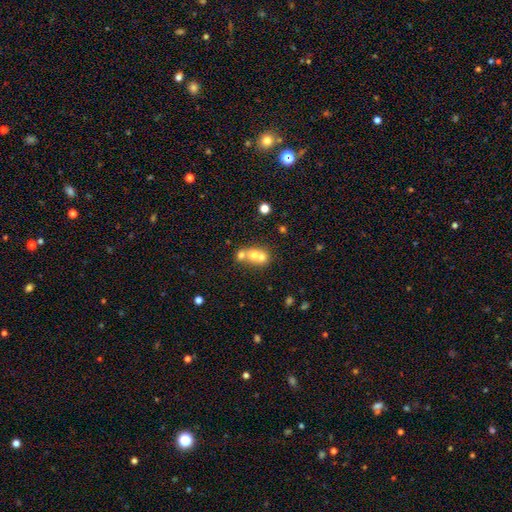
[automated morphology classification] Smooth or featured? smooth (61%)
How rounded? round (68%)
Merging? merger (67%)